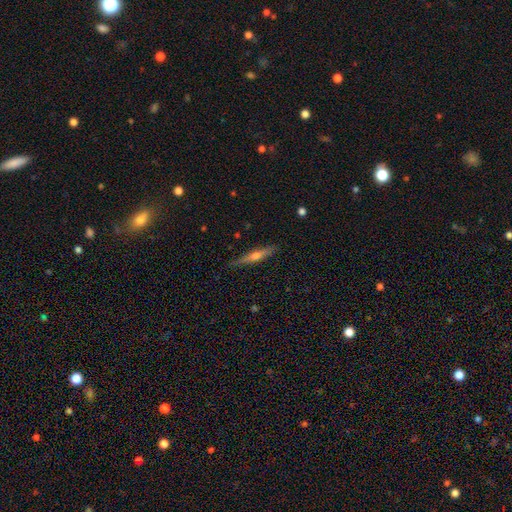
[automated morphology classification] This appears to be a featured or disk galaxy (65%) viewed edge-on (97%) with a rounded central bulge (85%). Merging: none (86%).